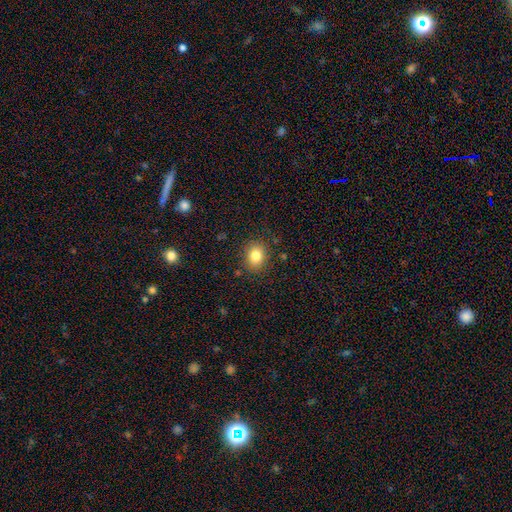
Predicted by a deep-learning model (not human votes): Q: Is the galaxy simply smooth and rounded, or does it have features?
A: smooth — 81%.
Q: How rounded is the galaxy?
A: round — 57%.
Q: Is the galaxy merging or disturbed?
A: none — 87%.